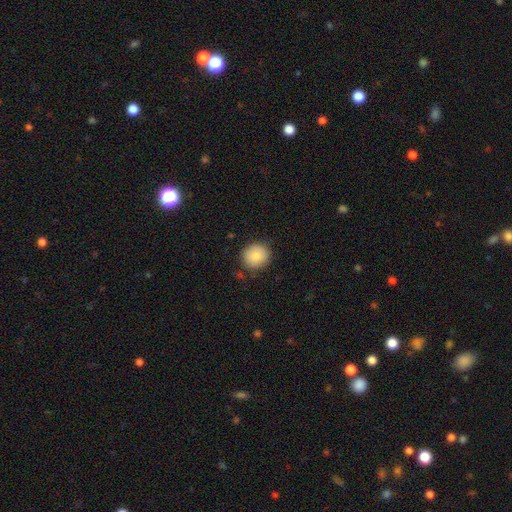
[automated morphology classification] smooth-or-featured: smooth: 84% | featured or disk: 8% | star or artifact: 8%
  how-rounded: round: 83% | in between: 16% | cigar-shaped: 1%
  merging: none: 84% | minor disturbance: 12% | major disturbance: 3% | merger: 2%